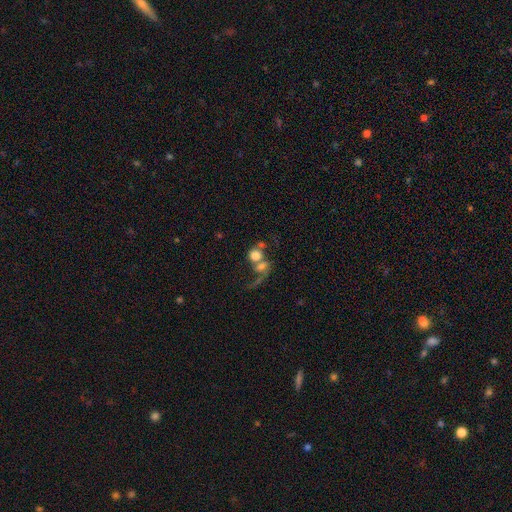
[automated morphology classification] This appears to be a smooth galaxy with no disk features (57%) that is round (70%). Merging: merger (63%).